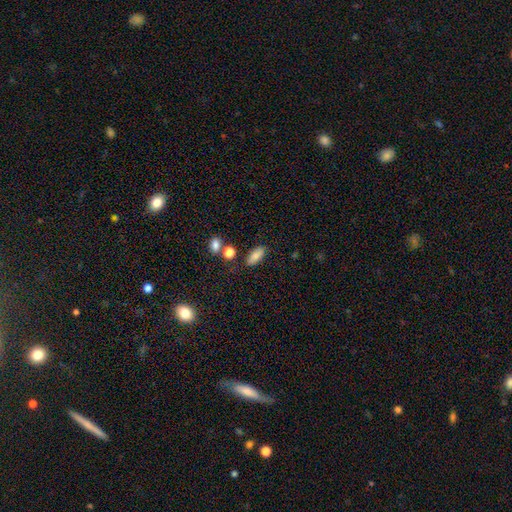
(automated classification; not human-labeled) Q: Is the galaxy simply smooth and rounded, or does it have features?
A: smooth — 83%.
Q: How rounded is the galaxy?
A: in between — 83%.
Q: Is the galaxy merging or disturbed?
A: none — 79%.